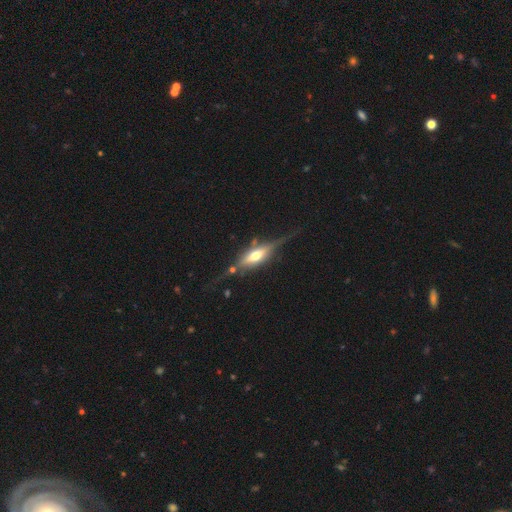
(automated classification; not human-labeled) Smooth or featured?
  - featured or disk: 74% *
  - smooth: 20%
  - star or artifact: 6%
Edge-on disk?
  - yes: 92% *
  - no: 8%
Edge-on bulge?
  - rounded: 84% *
  - boxy: 13%
  - none: 3%
Merging?
  - none: 68% *
  - minor disturbance: 19%
  - major disturbance: 10%
  - merger: 4%